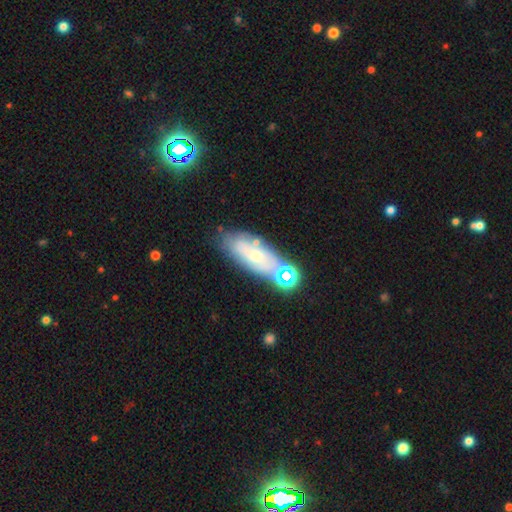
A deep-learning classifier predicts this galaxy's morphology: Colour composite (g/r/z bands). It shows a featured or disk galaxy (52%). Merging: none (55%).